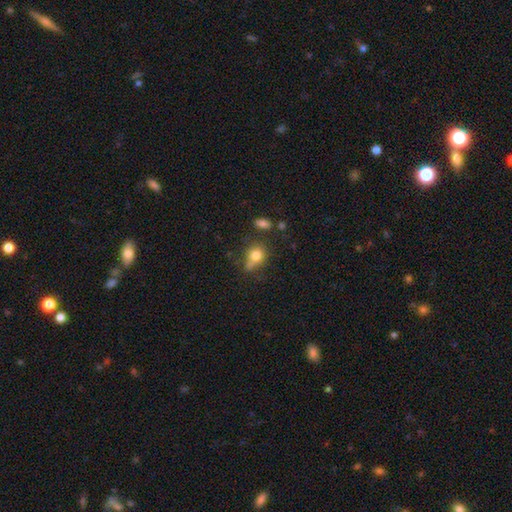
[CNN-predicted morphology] Smooth or featured? smooth (76%)
How rounded? round (61%)
Merging? none (46%)